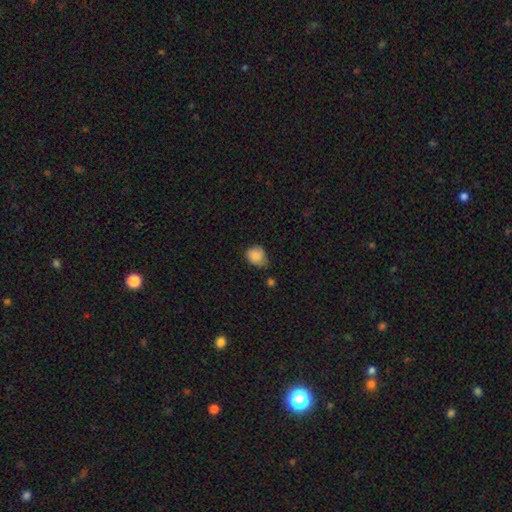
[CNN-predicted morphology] type=smooth (85%); roundness=round (63%); merging=none (53%).